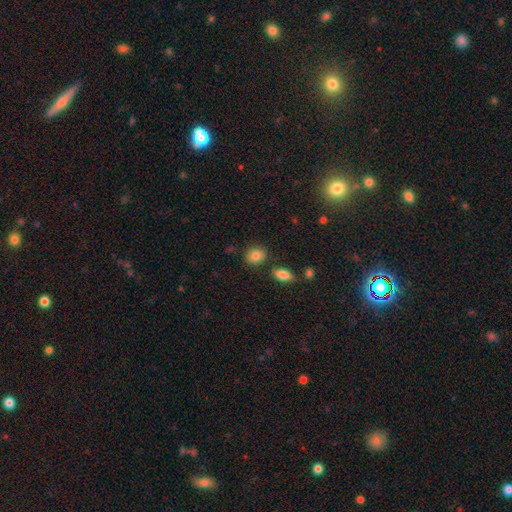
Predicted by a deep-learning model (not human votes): Smooth or featured?
  - smooth: 84% *
  - star or artifact: 9%
  - featured or disk: 8%
How rounded?
  - round: 53% *
  - in between: 46%
  - cigar-shaped: 1%
Merging?
  - none: 81% *
  - minor disturbance: 11%
  - merger: 6%
  - major disturbance: 3%